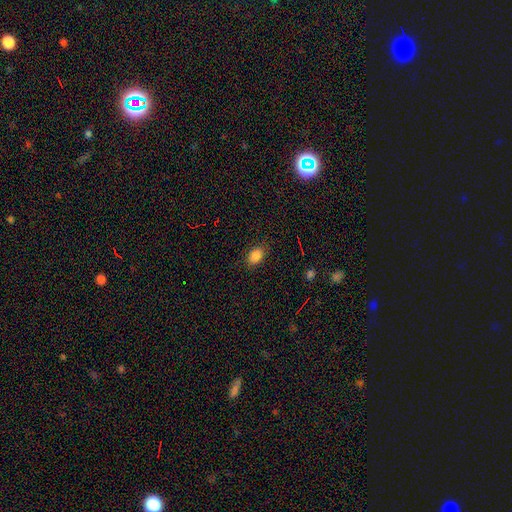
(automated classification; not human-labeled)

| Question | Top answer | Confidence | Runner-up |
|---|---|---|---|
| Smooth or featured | smooth | 86% | star or artifact (10%) |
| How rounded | in between | 83% | round (16%) |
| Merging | none | 86% | minor disturbance (11%) |